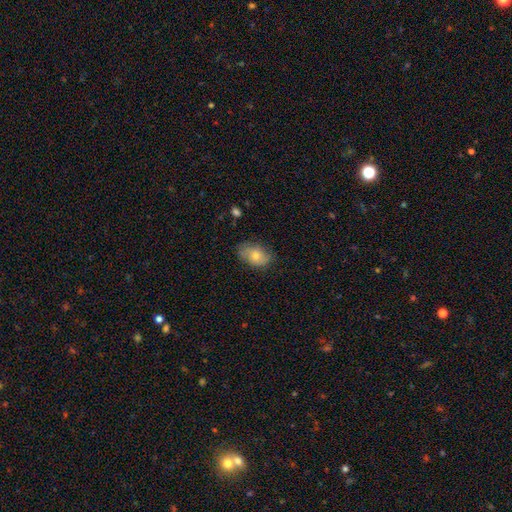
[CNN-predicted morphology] smooth-or-featured: smooth: 65% | featured or disk: 25% | star or artifact: 9%
  how-rounded: in between: 84% | round: 14% | cigar-shaped: 2%
  merging: none: 74% | minor disturbance: 20% | major disturbance: 5% | merger: 1%